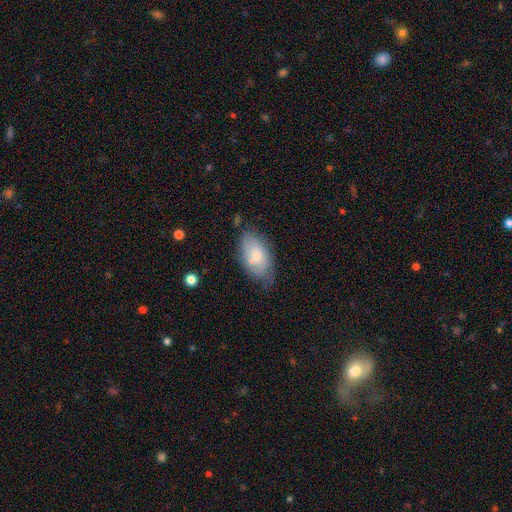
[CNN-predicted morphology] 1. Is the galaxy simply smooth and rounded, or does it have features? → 67% smooth, 27% featured or disk, 7% star or artifact.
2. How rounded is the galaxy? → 94% in between, 4% round, 2% cigar-shaped.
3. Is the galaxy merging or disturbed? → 58% none, 30% minor disturbance, 8% major disturbance, 5% merger.